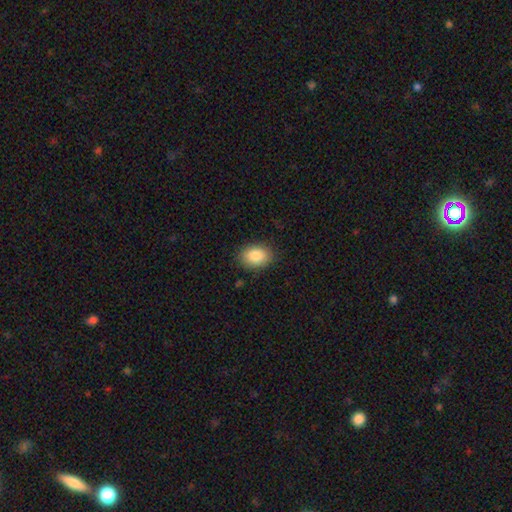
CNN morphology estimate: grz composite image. It shows a smooth galaxy with no disk features (86%) that is in between round and cigar-shaped (74%). Merging: none (87%).